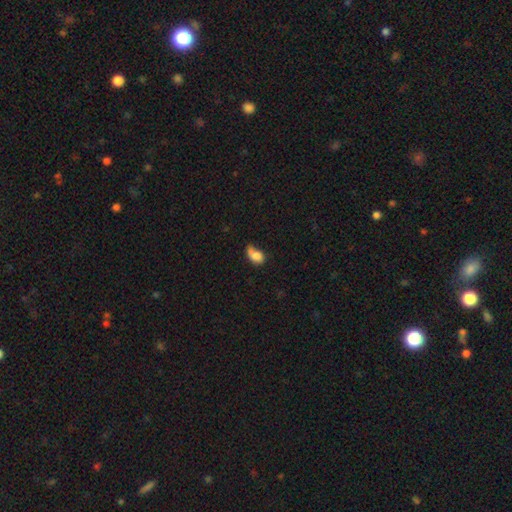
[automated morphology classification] type=smooth (79%); roundness=in between (80%); merging=minor disturbance (36%).